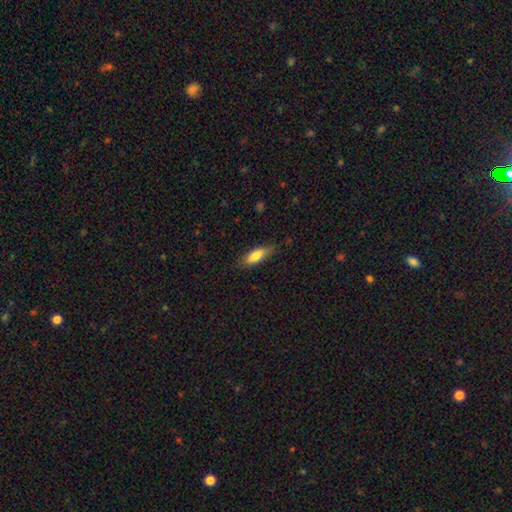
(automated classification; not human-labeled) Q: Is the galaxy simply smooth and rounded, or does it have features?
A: smooth — 78%.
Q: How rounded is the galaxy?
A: in between — 64%.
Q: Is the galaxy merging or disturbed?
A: none — 78%.